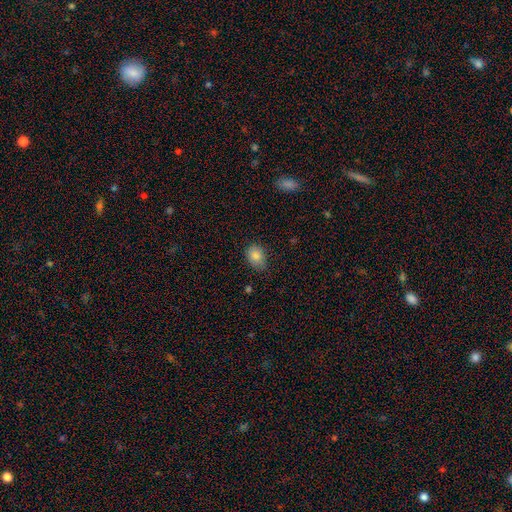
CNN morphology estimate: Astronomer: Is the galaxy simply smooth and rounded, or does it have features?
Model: smooth — 85%.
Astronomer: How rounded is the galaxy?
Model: in between — 69%.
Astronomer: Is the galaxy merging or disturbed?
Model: none — 73%.